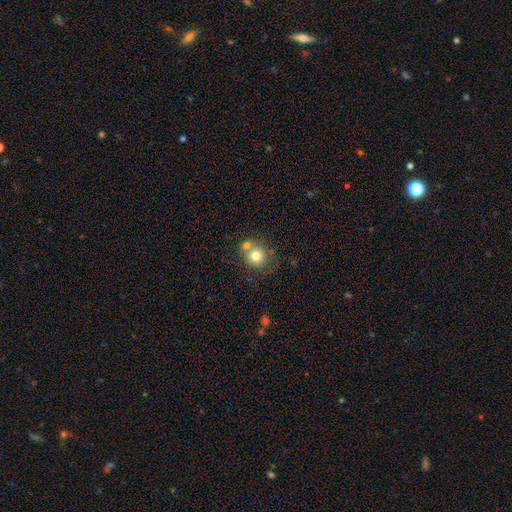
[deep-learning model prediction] Smooth or featured: smooth — 74% (featured or disk — 16%)
How rounded: round — 82% (in between — 17%)
Merging: none — 45% (merger — 38%)